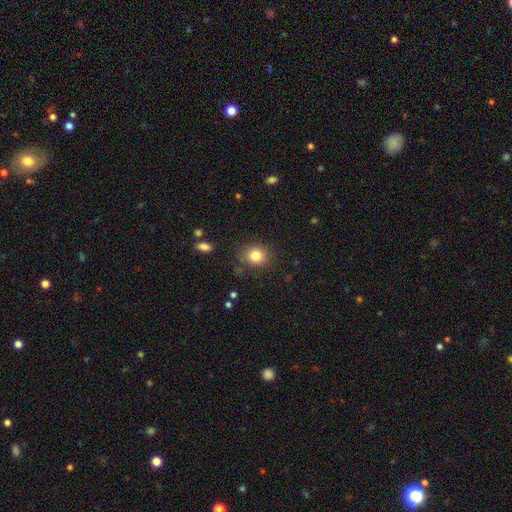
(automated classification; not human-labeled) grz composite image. It shows a smooth galaxy with no disk features (82%) that is round (77%). Merging: none (85%).